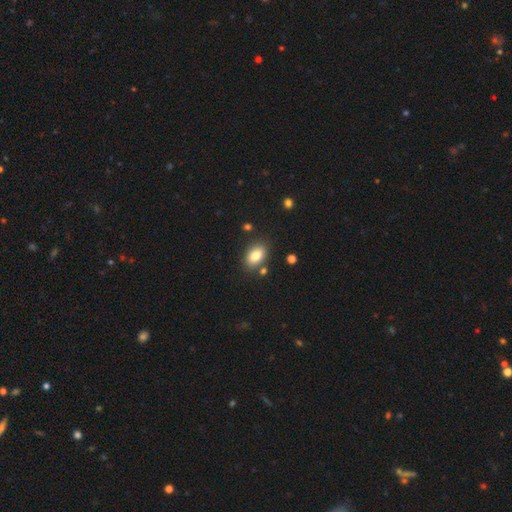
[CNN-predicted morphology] Smooth or featured: smooth — 82% (featured or disk — 9%)
How rounded: in between — 86% (round — 12%)
Merging: none — 81% (minor disturbance — 11%)